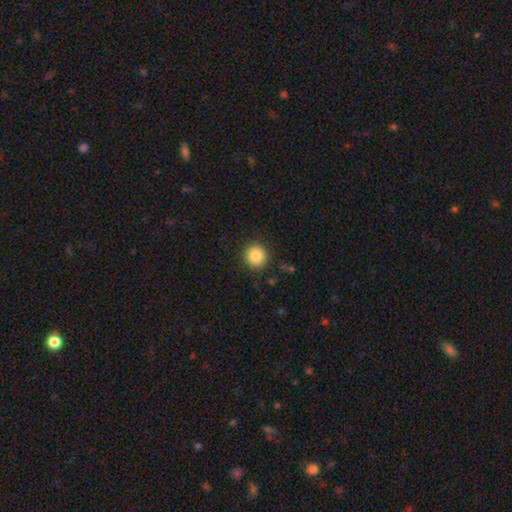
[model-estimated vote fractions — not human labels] Morphology: type=smooth (85%); roundness=round (92%); merging=none (90%).